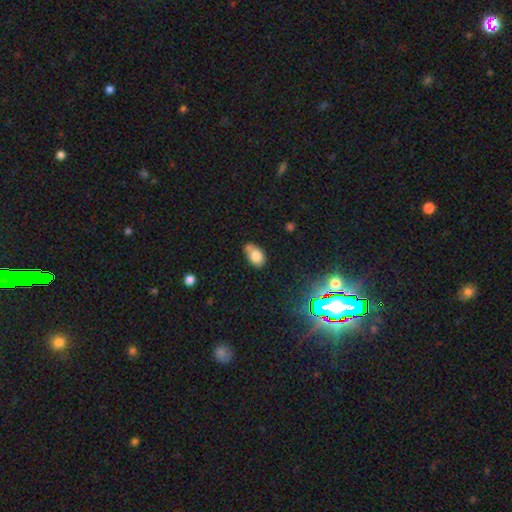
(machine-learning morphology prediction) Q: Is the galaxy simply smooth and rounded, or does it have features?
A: smooth — 78%.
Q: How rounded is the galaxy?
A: in between — 84%.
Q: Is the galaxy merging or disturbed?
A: none — 44%.